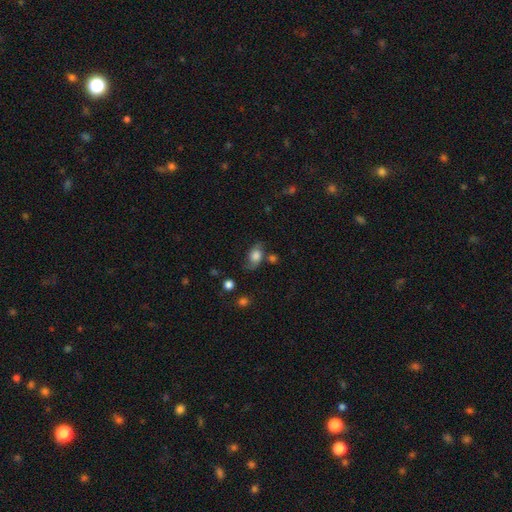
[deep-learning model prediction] Smooth or featured: smooth — 62% (featured or disk — 27%)
How rounded: in between — 76% (round — 22%)
Merging: none — 55% (minor disturbance — 26%)